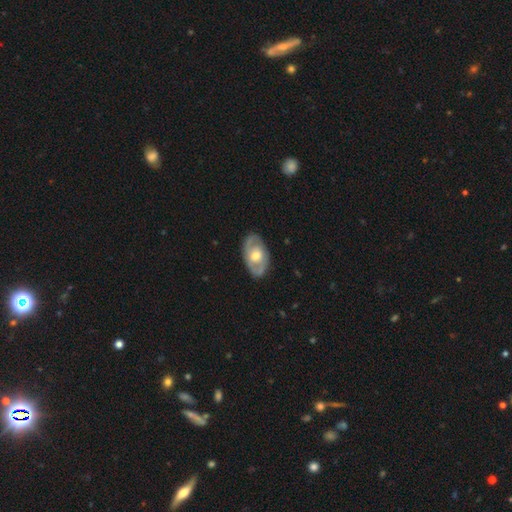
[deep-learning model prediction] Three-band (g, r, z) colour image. It shows a featured or disk galaxy (64%) with no bar (65%), spiral arms (56%) and a moderate central bulge (70%). Merging: none (81%).